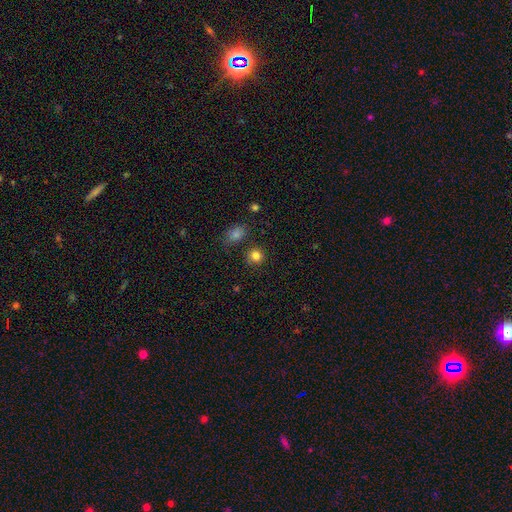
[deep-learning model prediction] This is clearly a smooth galaxy (83%). How rounded: clearly round (85%). Merging: clearly none (81%).